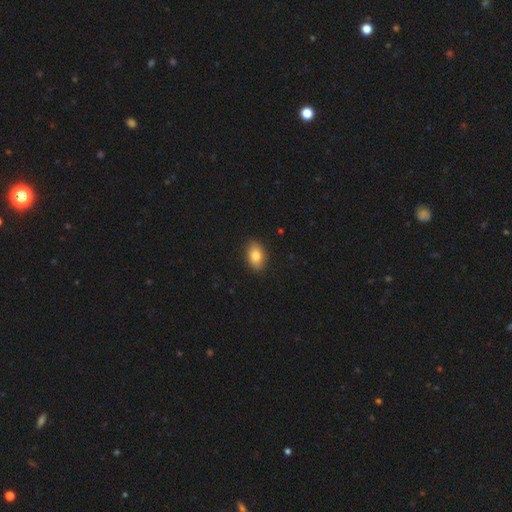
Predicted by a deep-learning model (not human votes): Smooth or featured? smooth (83%)
How rounded? in between (87%)
Merging? none (87%)